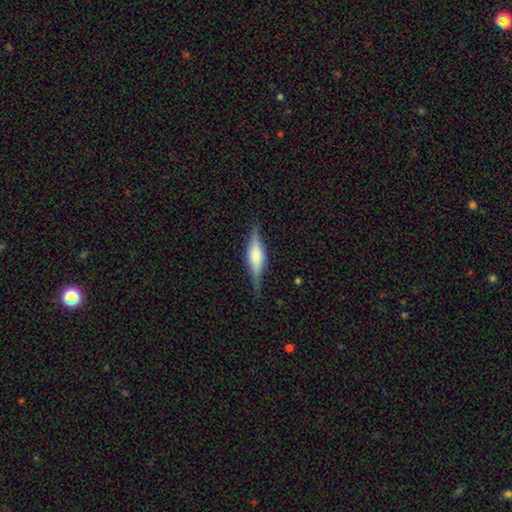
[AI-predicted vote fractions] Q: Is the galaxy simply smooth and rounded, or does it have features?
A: featured or disk — 64%.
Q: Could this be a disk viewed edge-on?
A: yes — 96%.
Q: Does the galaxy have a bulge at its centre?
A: rounded — 60%.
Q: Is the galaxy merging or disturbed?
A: none — 81%.